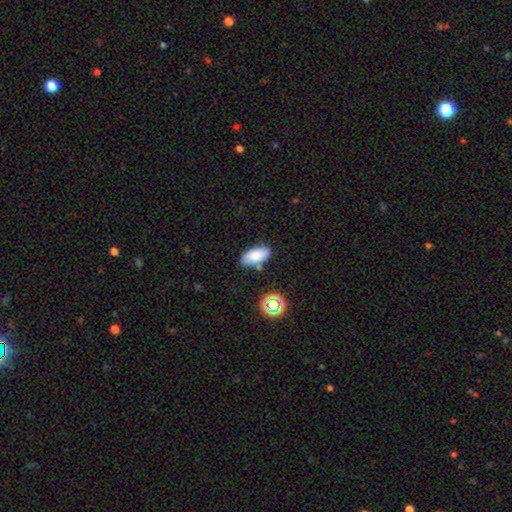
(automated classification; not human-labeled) Smooth or featured? smooth (80%)
How rounded? in between (91%)
Merging? none (73%)